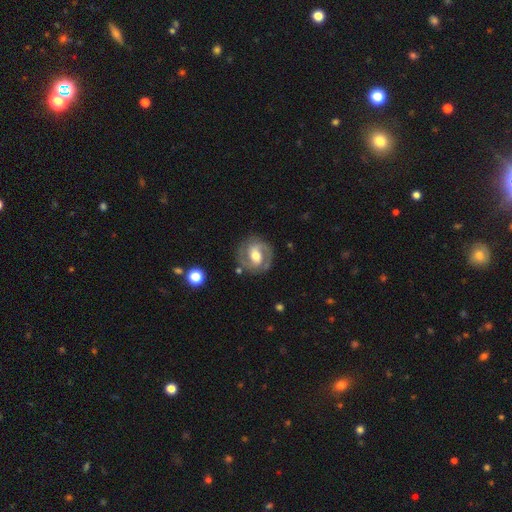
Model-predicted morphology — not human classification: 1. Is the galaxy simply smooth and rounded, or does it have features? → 79% featured or disk, 15% smooth, 5% star or artifact.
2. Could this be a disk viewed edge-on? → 97% no, 3% yes.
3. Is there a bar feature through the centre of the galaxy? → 44% weak, 34% strong, 22% no.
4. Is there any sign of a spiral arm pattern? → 89% yes, 11% no.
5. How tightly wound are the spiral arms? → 49% medium, 38% tight, 13% loose.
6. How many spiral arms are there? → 88% 2, 5% can't tell, 3% 1, 2% 3, 1% 4, 1% more than 4.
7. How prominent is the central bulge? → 70% moderate, 15% small, 13% large, 1% none, 1% dominant.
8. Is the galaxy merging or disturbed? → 81% none, 12% minor disturbance, 5% major disturbance, 2% merger.